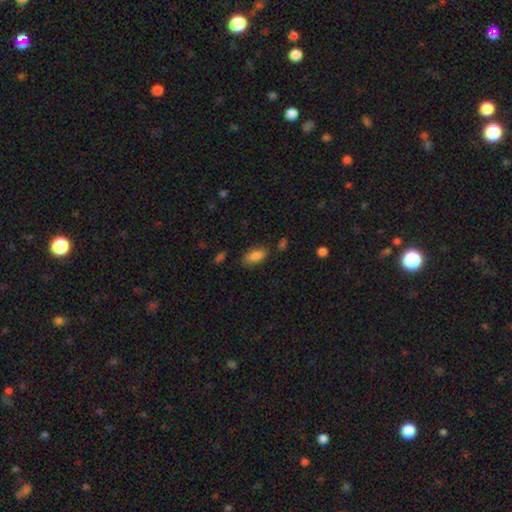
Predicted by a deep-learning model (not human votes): Overall: smooth (84%). How rounded: in between (85%). Merging: none (74%).